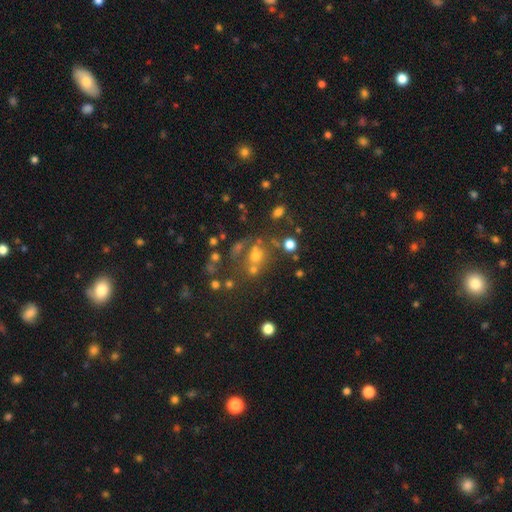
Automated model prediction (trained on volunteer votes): smooth_or_featured: smooth (p=0.53) [alt: star or artifact p=0.28]
how_rounded: round (p=0.72) [alt: in between p=0.27]
merging: none (p=0.51) [alt: merger p=0.27]